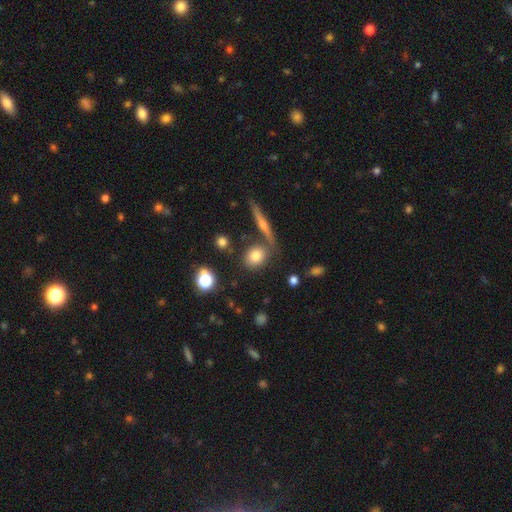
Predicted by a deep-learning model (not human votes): This is likely a smooth galaxy (75%). How rounded: possibly round (58%). Merging: likely none (72%).